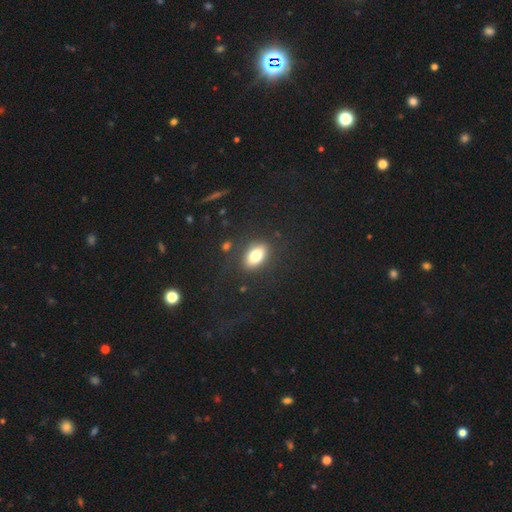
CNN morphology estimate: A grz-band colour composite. It shows a smooth galaxy with no disk features (79%) that is in between round and cigar-shaped (88%). Merging: none (83%).